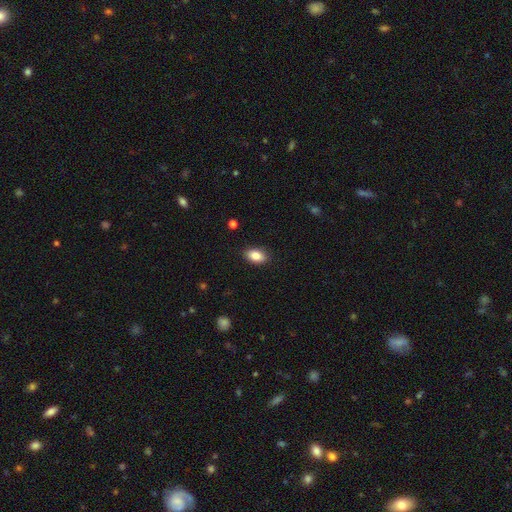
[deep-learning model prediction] Overall: smooth (87%). How rounded: in between (89%). Merging: none (88%).